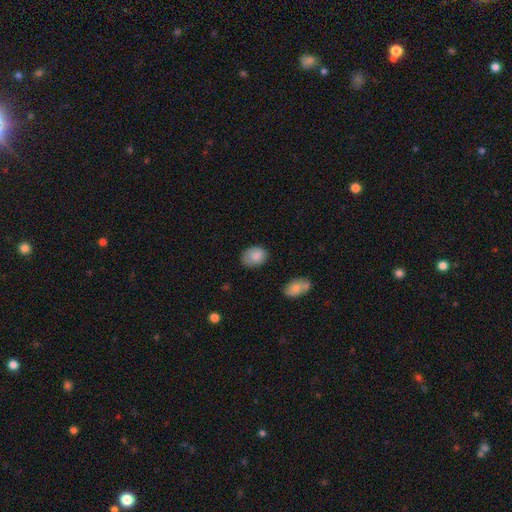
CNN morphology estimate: The model was most divided on "how rounded": in between: 70%, round: 29%, cigar-shaped: 1%. More confident: smooth or featured — smooth (85%); merging — none (70%).